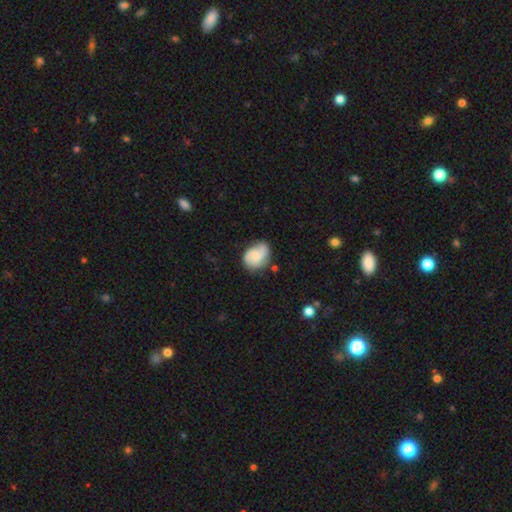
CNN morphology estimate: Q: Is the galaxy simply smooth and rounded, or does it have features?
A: featured or disk — 49%.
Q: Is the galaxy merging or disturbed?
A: none — 58%.